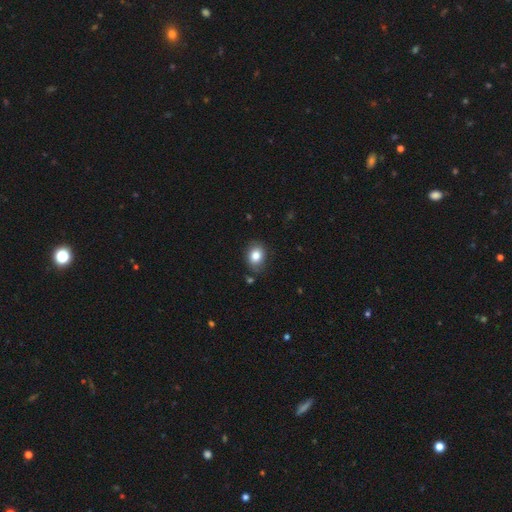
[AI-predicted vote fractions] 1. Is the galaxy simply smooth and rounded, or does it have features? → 83% smooth, 9% star or artifact, 8% featured or disk.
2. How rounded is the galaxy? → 57% in between, 42% round, 1% cigar-shaped.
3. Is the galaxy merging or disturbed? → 80% none, 14% minor disturbance, 3% major disturbance, 3% merger.